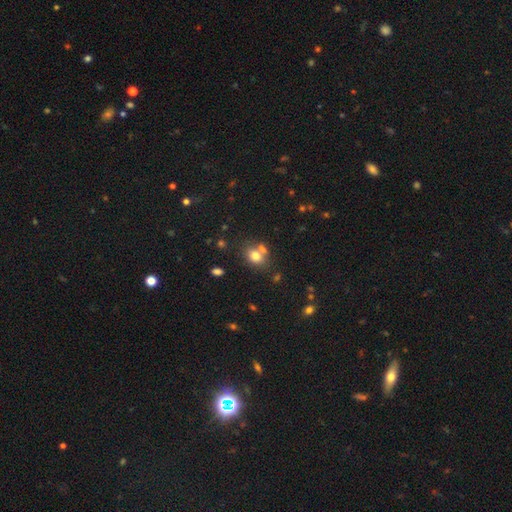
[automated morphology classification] A smooth galaxy with no disk features (76%) that is in between round and cigar-shaped (51%).

Vote fractions:
- Smooth or featured? smooth: 76% / star or artifact: 13% / featured or disk: 12%
- How rounded? in between: 51% / round: 48% / cigar-shaped: 1%
- Merging? none: 54% / merger: 29% / minor disturbance: 13% / major disturbance: 5%